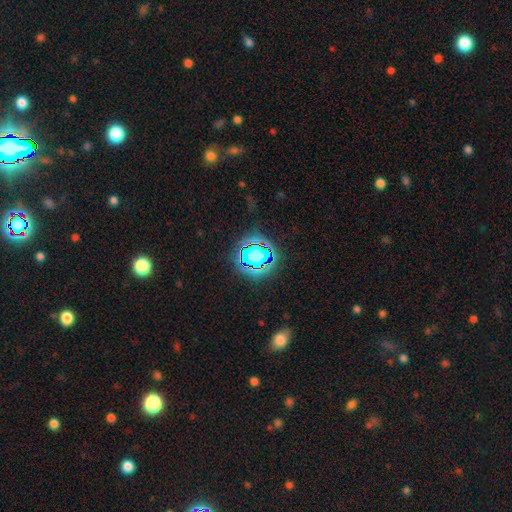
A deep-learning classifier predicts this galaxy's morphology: Smooth or featured: star or artifact — 56% (smooth — 29%)